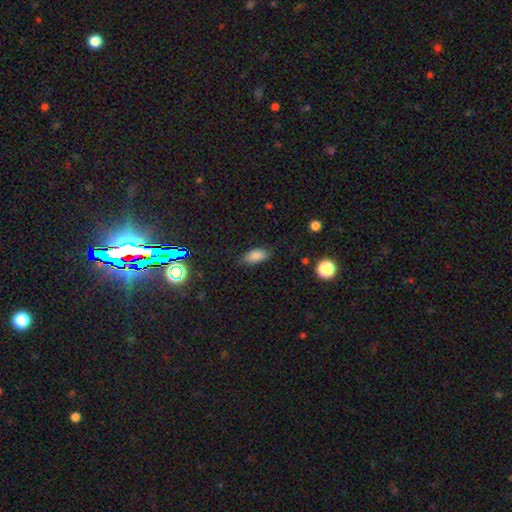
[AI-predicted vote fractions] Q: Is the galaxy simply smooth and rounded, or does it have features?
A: smooth — 82%.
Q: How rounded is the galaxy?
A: in between — 90%.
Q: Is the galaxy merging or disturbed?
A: none — 79%.